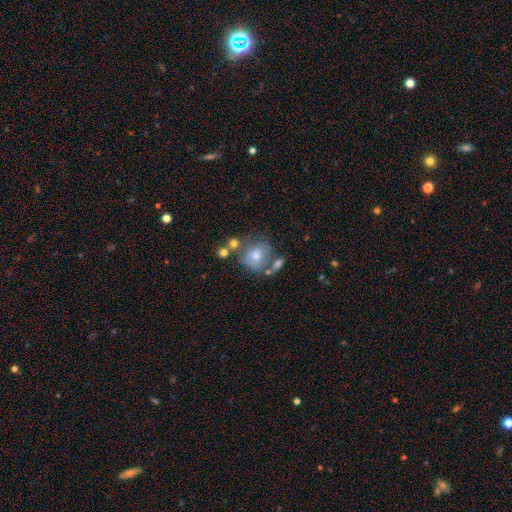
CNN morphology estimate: Smooth or featured: smooth — 60% (featured or disk — 28%)
How rounded: round — 76% (in between — 22%)
Merging: none — 51% (merger — 21%)